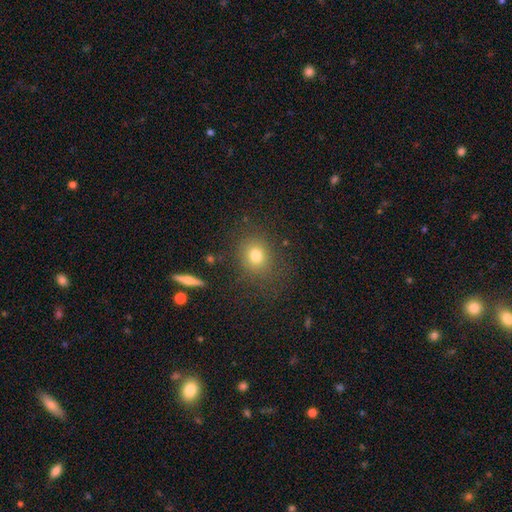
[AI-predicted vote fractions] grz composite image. It shows a smooth galaxy with no disk features (77%) that is round (67%). Merging: none (79%).